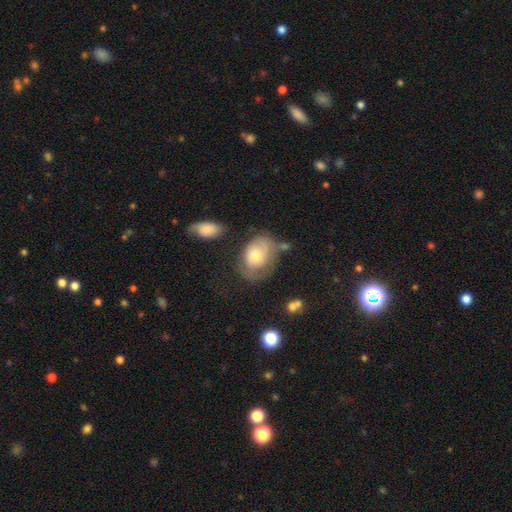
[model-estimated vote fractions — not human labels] Smooth or featured? Predicted: smooth (p=0.60). How rounded? Predicted: in between (p=0.66). Merging? Predicted: none (p=0.41).